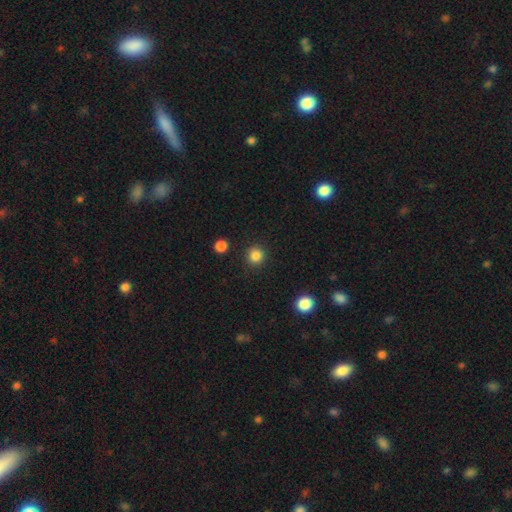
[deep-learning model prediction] A smooth galaxy with no disk features (85%) that is round (94%). Merging: none (91%).